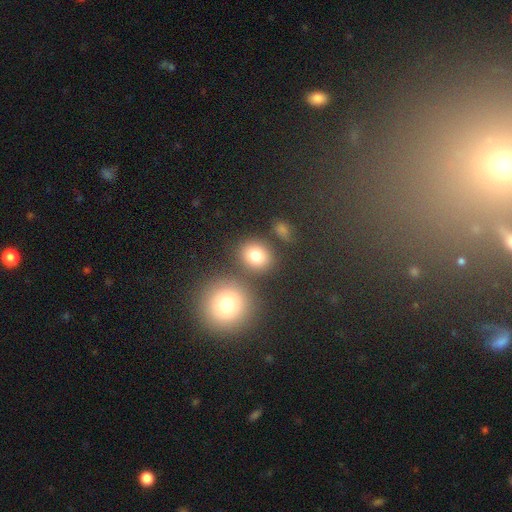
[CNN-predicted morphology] A smooth galaxy with no disk features (80%) that is round (70%).

Vote fractions:
- Smooth or featured? smooth: 80% / star or artifact: 12% / featured or disk: 8%
- How rounded? round: 70% / in between: 29% / cigar-shaped: 1%
- Merging? none: 73% / merger: 14% / minor disturbance: 9% / major disturbance: 4%